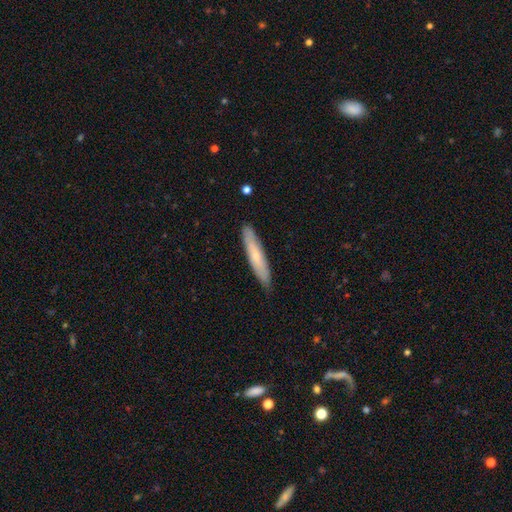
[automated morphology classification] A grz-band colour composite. It shows a smooth galaxy with no disk features (60%) that is cigar-shaped (89%). Merging: none (85%).